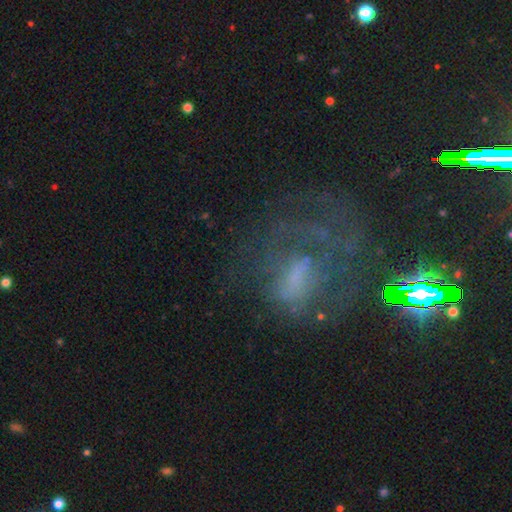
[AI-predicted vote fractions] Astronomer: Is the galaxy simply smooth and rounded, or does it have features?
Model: featured or disk — 45% (runner-up: smooth, 29%).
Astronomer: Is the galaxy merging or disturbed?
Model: none — 47% (runner-up: major disturbance, 28%).